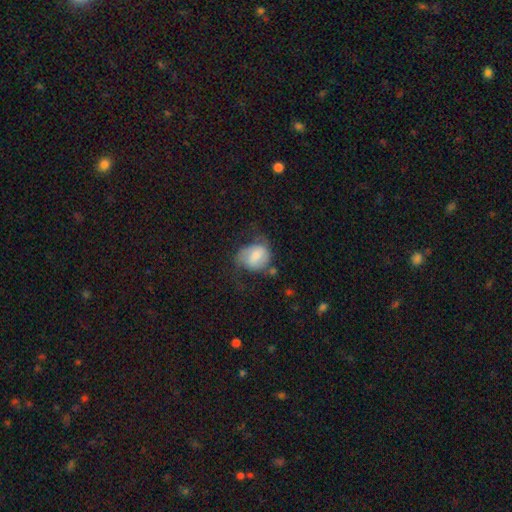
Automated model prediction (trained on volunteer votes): Smooth or featured? smooth (60%)
How rounded? round (52%)
Merging? none (37%)